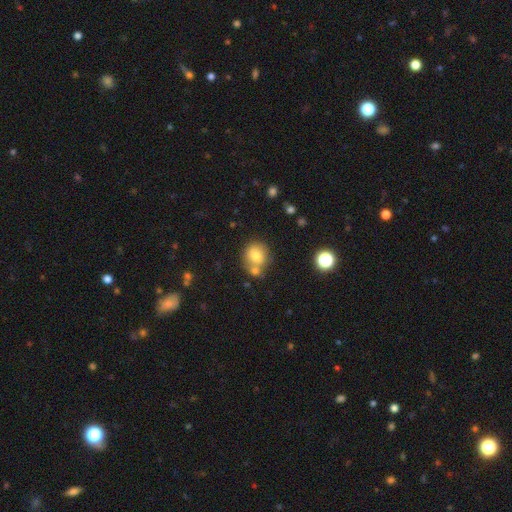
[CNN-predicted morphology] A smooth galaxy with no disk features (75%) that is round (80%).

Vote fractions:
- Smooth or featured? smooth: 75% / featured or disk: 13% / star or artifact: 11%
- How rounded? round: 80% / in between: 19% / cigar-shaped: 1%
- Merging? none: 56% / merger: 29% / minor disturbance: 12% / major disturbance: 4%